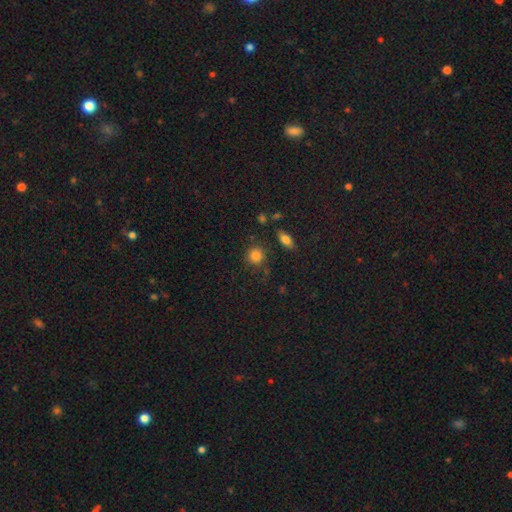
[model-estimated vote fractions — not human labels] Smooth or featured: smooth — 83% (star or artifact — 10%)
How rounded: round — 85% (in between — 14%)
Merging: none — 78% (minor disturbance — 13%)